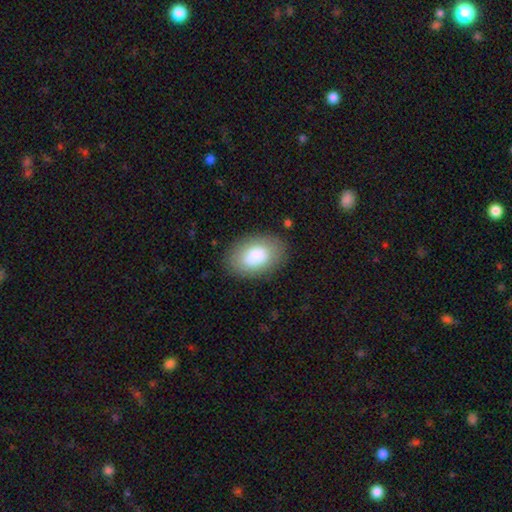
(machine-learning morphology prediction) A smooth galaxy with no disk features (83%) that is in between round and cigar-shaped (89%).

Vote fractions:
- Smooth or featured? smooth: 83% / featured or disk: 10% / star or artifact: 7%
- How rounded? in between: 89% / round: 10% / cigar-shaped: 1%
- Merging? none: 83% / minor disturbance: 11% / major disturbance: 4% / merger: 1%